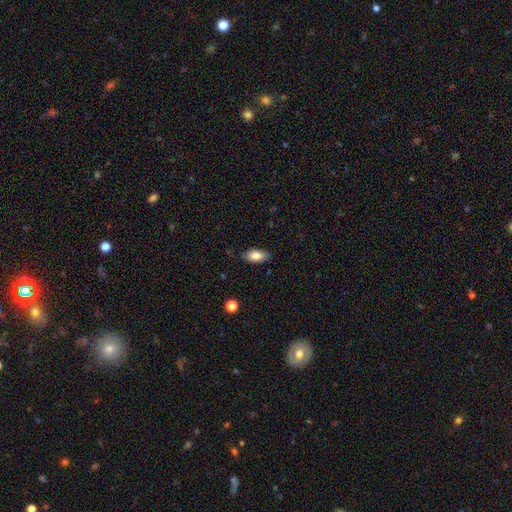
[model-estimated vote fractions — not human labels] Smooth or featured? Predicted: smooth (p=0.82). How rounded? Predicted: in between (p=0.90). Merging? Predicted: none (p=0.86).